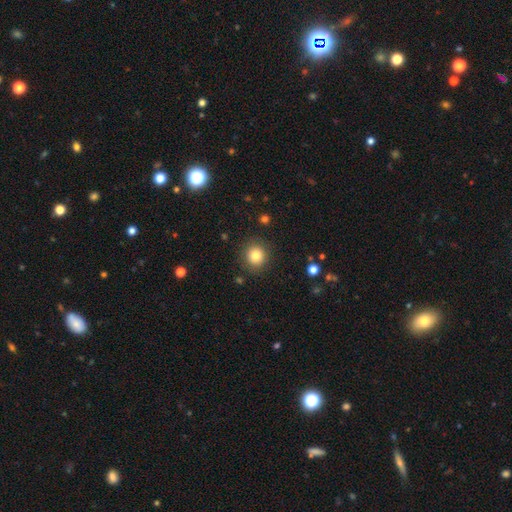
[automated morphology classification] A smooth galaxy with no disk features (82%) that is round (89%). Merging: none (88%).